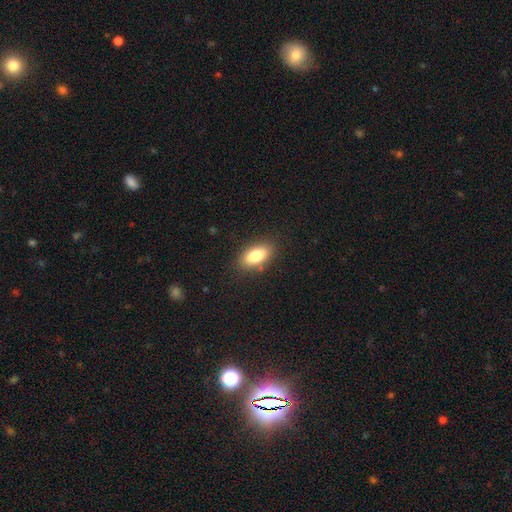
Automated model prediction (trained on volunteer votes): The model was most divided on "smooth or featured": smooth: 82%, featured or disk: 11%, star or artifact: 8%. More confident: how rounded — in between (87%); merging — none (85%).